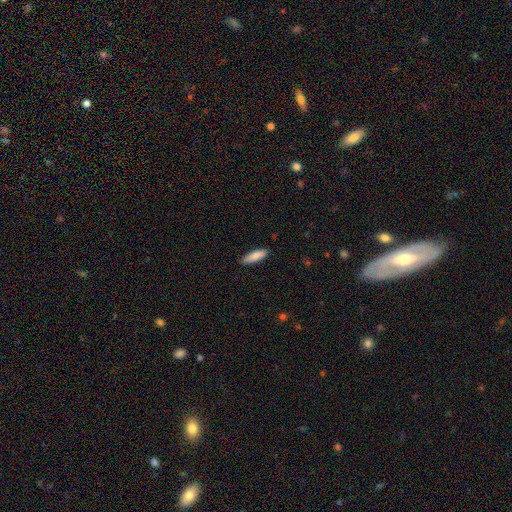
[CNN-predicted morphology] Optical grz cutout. It shows a smooth galaxy with no disk features (86%) that is cigar-shaped (59%). Merging: none (88%).